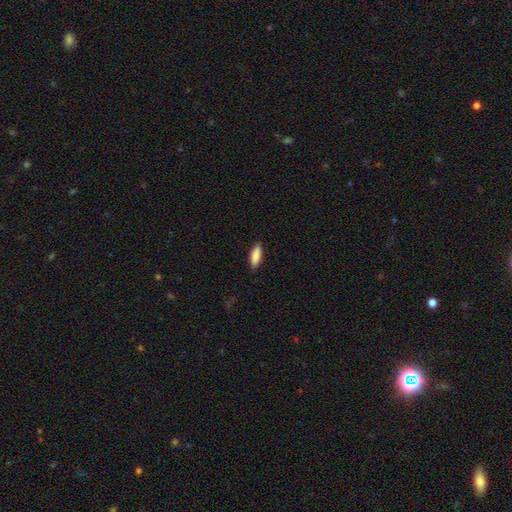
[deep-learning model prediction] smooth-or-featured: smooth: 87% | featured or disk: 7% | star or artifact: 6%
  how-rounded: in between: 60% | cigar-shaped: 38% | round: 2%
  merging: none: 89% | minor disturbance: 8% | major disturbance: 2% | merger: 1%